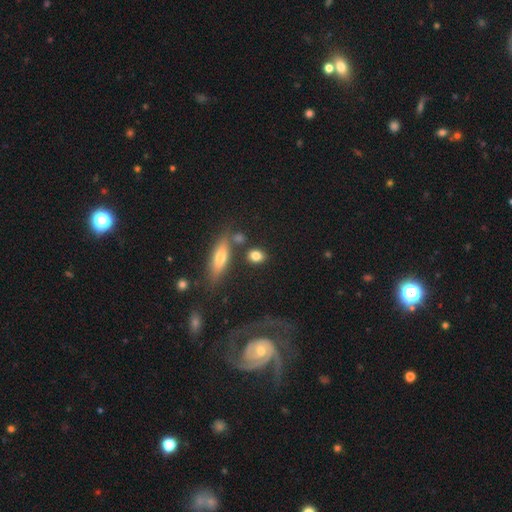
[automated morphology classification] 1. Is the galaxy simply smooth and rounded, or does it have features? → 81% smooth, 10% featured or disk, 9% star or artifact.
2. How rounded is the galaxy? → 52% in between, 42% round, 6% cigar-shaped.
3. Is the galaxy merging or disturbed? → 75% none, 11% minor disturbance, 10% merger, 4% major disturbance.